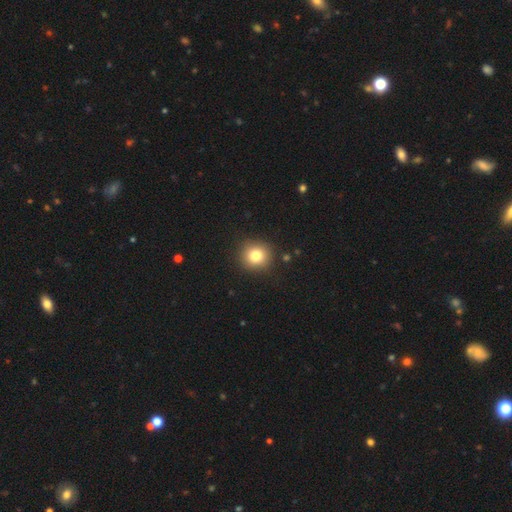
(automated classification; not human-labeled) This is clearly a smooth galaxy (80%). How rounded: clearly round (91%). Merging: clearly none (90%).